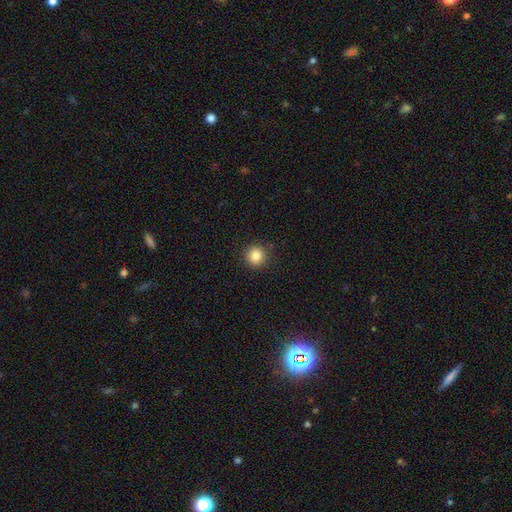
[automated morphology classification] The model was most divided on "smooth or featured": smooth: 86%, star or artifact: 11%, featured or disk: 4%. More confident: how rounded — round (94%); merging — none (90%).